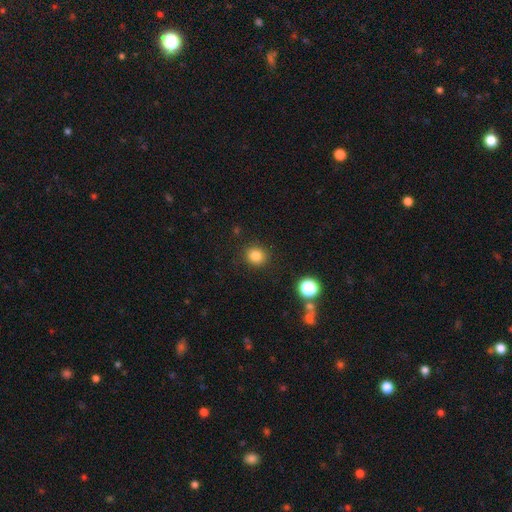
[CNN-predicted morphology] smooth-or-featured: smooth: 83% | star or artifact: 12% | featured or disk: 5%
  how-rounded: round: 83% | in between: 16% | cigar-shaped: 1%
  merging: none: 89% | minor disturbance: 7% | major disturbance: 2% | merger: 1%